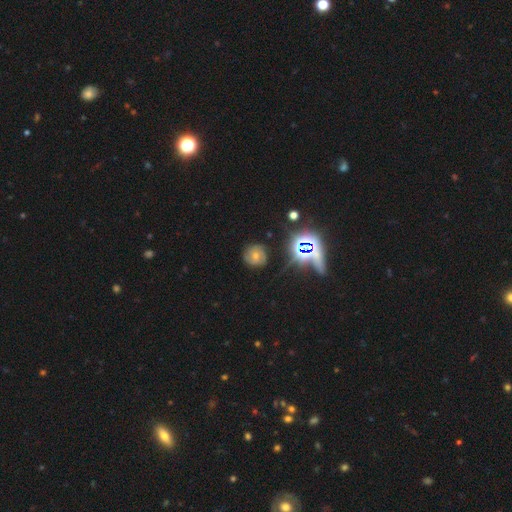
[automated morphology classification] smooth-or-featured: star or artifact: 39% | featured or disk: 31% | smooth: 30%